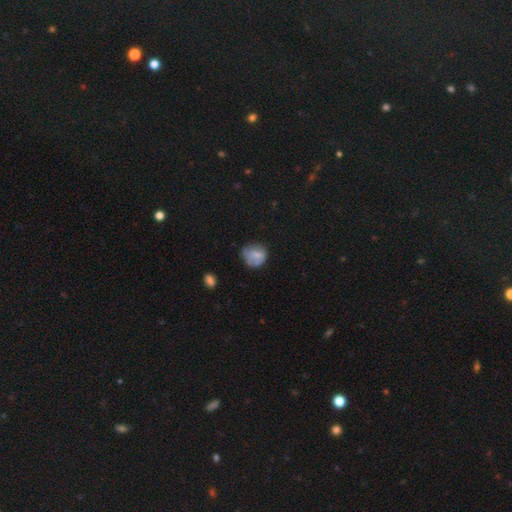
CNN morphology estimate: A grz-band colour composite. It shows a smooth galaxy with no disk features (69%) that is round (74%). Merging: none (56%).